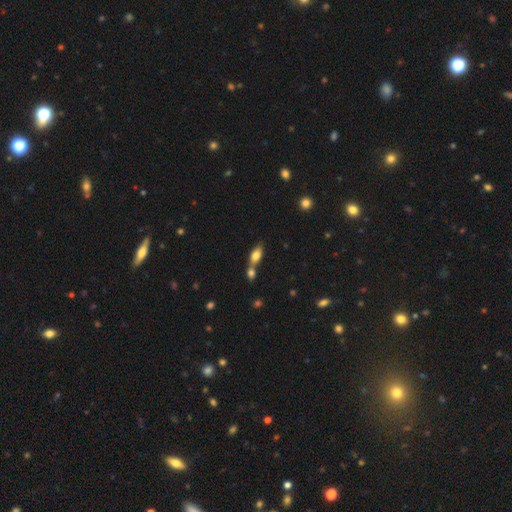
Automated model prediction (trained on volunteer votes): A smooth galaxy with no disk features (74%) that is in between round and cigar-shaped (80%). Merging: merger (51%).